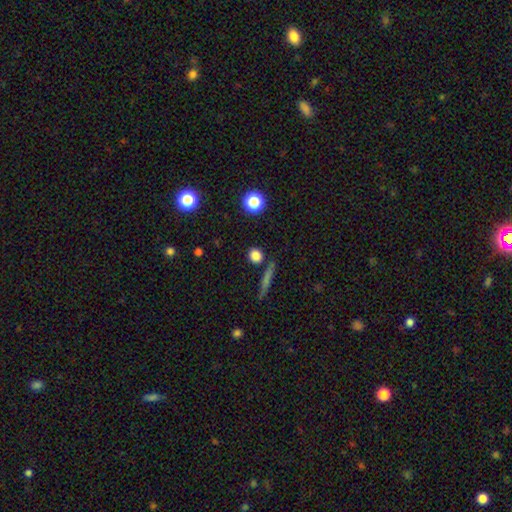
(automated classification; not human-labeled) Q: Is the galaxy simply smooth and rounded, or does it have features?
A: smooth — 80%.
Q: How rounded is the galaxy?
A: round — 84%.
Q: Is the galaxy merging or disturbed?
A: none — 85%.